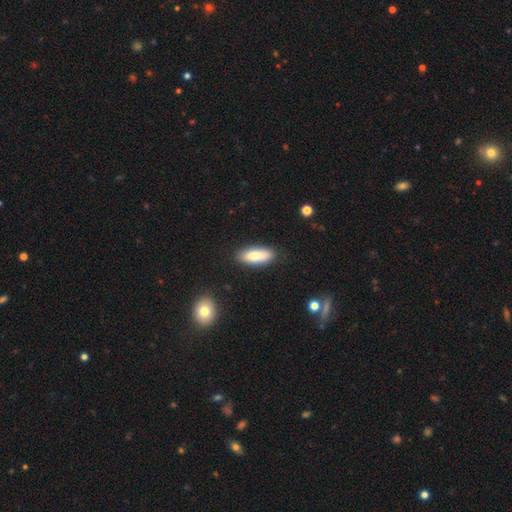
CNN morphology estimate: Smooth or featured?
  - smooth: 83% *
  - featured or disk: 11%
  - star or artifact: 6%
How rounded?
  - in between: 71% *
  - cigar-shaped: 27%
  - round: 2%
Merging?
  - none: 86% *
  - minor disturbance: 10%
  - major disturbance: 2%
  - merger: 2%